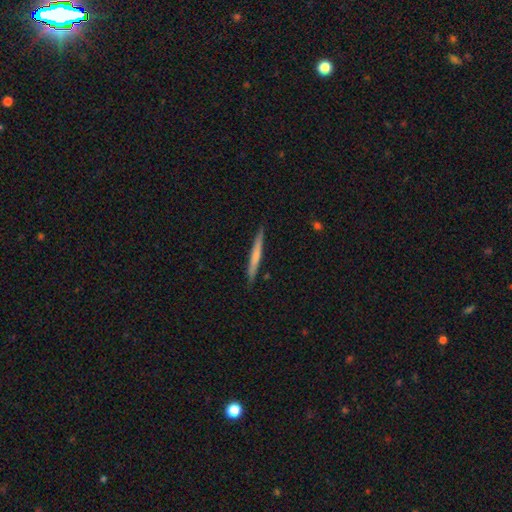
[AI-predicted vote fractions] A smooth galaxy with no disk features (56%) that is cigar-shaped (96%). Merging: none (89%).